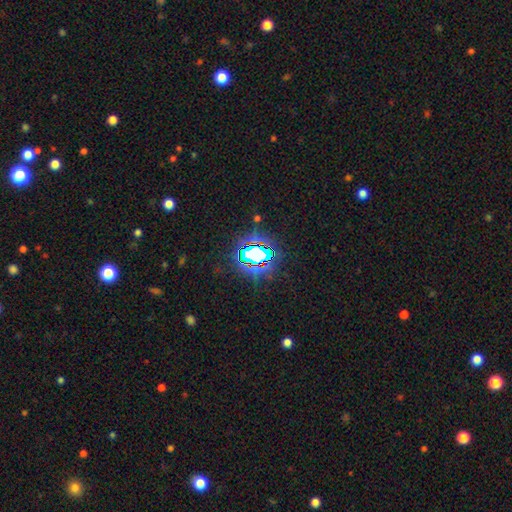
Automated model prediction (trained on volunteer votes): This is likely a star or artifact rather than a galaxy (72%).